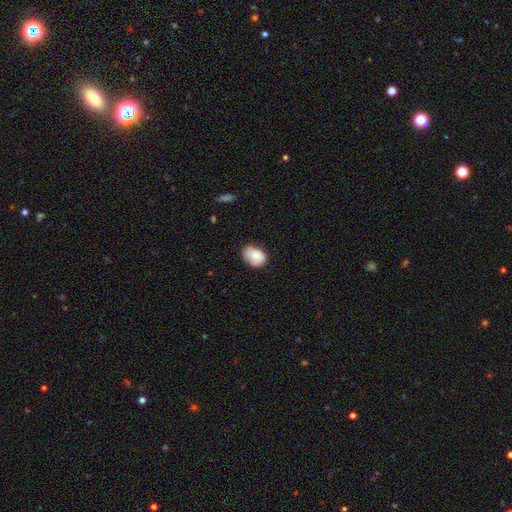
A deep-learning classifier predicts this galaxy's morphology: Smooth or featured: smooth — 84% (featured or disk — 9%)
How rounded: in between — 78% (round — 21%)
Merging: none — 65% (minor disturbance — 28%)